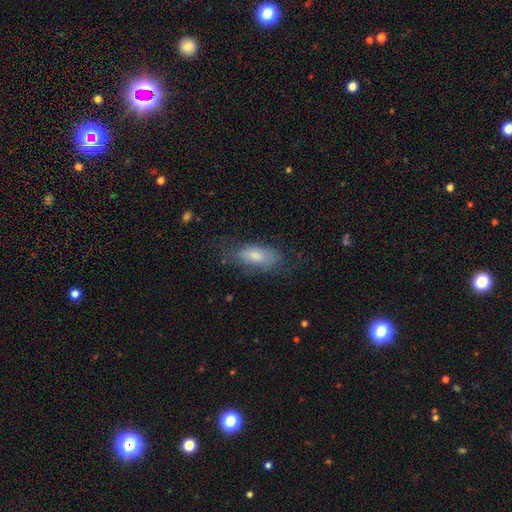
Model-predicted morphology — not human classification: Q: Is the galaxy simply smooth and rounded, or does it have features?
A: smooth — 70%.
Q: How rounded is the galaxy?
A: in between — 82%.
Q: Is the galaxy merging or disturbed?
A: none — 60%.